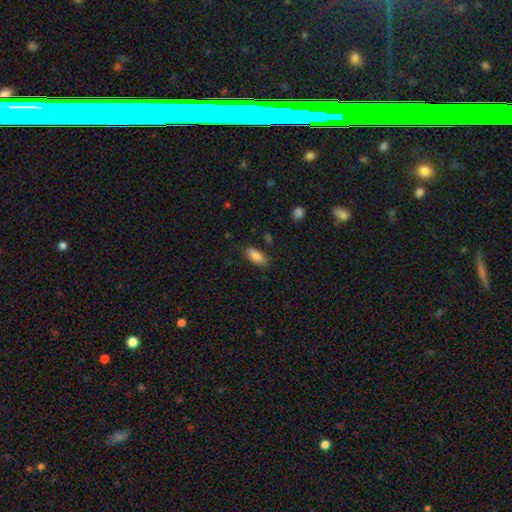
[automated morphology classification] Q: Smooth or featured?
A: smooth (86%); runner-up: star or artifact (7%)
Q: How rounded?
A: in between (87%); runner-up: cigar-shaped (11%)
Q: Merging?
A: none (81%); runner-up: minor disturbance (14%)